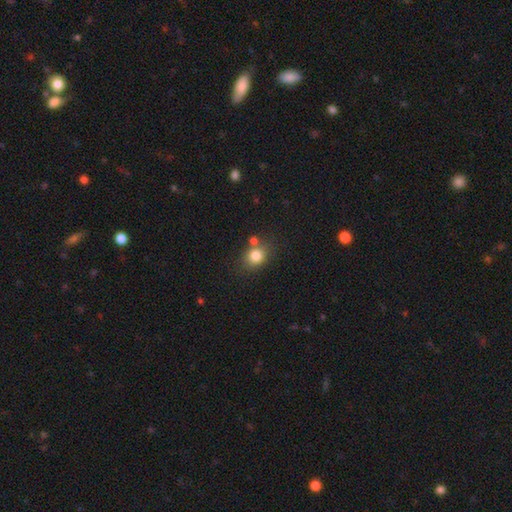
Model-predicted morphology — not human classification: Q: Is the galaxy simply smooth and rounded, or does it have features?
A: smooth — 82%.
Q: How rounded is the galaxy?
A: round — 61%.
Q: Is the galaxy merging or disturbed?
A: none — 67%.